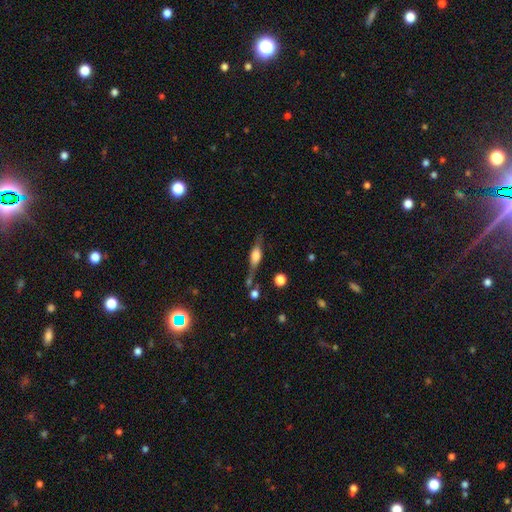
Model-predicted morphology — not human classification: A featured or disk galaxy (58%) viewed edge-on (90%) with a rounded central bulge (82%).

Vote fractions:
- Smooth or featured? featured or disk: 58% / smooth: 34% / star or artifact: 9%
- Edge-on disk? yes: 90% / no: 10%
- Edge-on bulge? rounded: 82% / boxy: 15% / none: 3%
- Merging? none: 60% / minor disturbance: 20% / merger: 11% / major disturbance: 9%